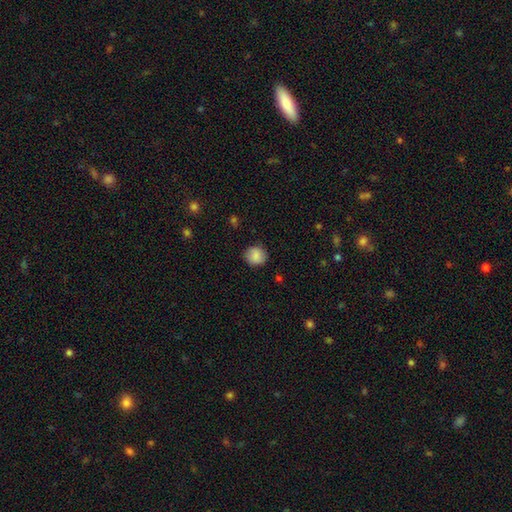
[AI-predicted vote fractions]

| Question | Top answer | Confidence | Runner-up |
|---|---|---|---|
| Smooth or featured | smooth | 85% | star or artifact (8%) |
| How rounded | round | 85% | in between (14%) |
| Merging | none | 84% | minor disturbance (12%) |